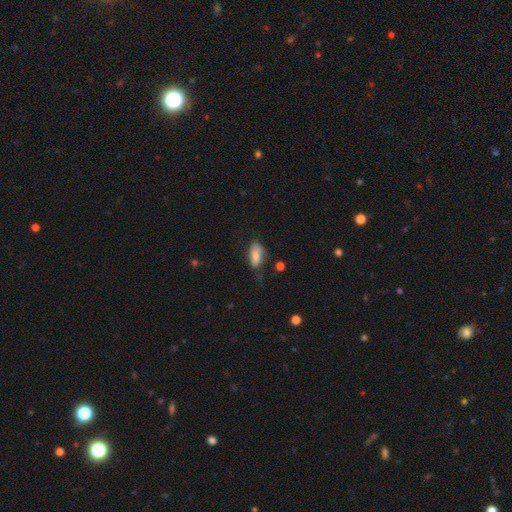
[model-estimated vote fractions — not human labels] The model was most divided on "merging": none: 47%, minor disturbance: 34%, major disturbance: 16%, merger: 3%. More confident: how rounded — in between (89%); smooth or featured — smooth (74%).